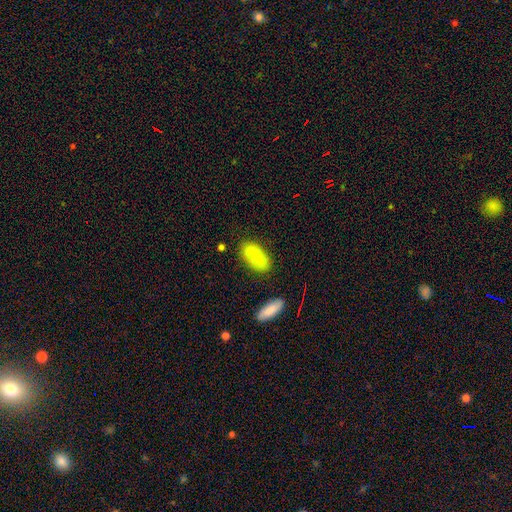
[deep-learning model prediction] A smooth galaxy with no disk features (73%) that is in between round and cigar-shaped (83%).

Vote fractions:
- Smooth or featured? smooth: 73% / featured or disk: 20% / star or artifact: 7%
- How rounded? in between: 83% / cigar-shaped: 13% / round: 3%
- Merging? none: 73% / minor disturbance: 18% / major disturbance: 5% / merger: 4%